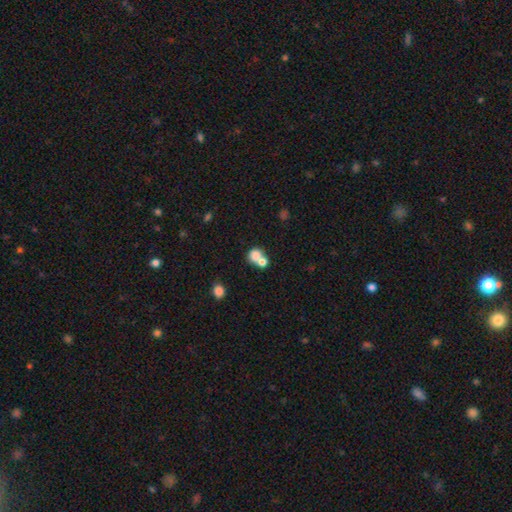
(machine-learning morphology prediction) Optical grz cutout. It shows a smooth galaxy with no disk features (76%) that is round (69%). Merging: merger (57%).